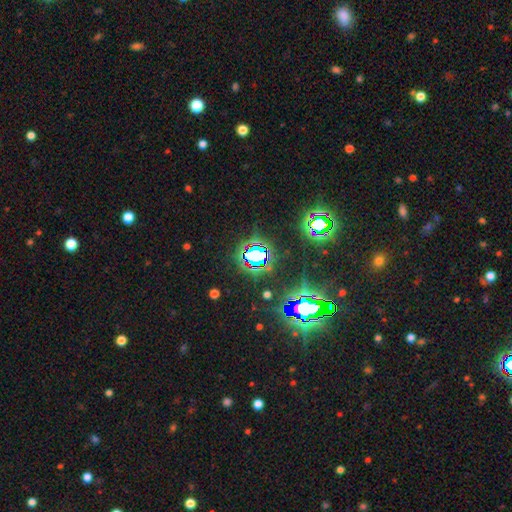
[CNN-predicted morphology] Overall: star or artifact (77%).